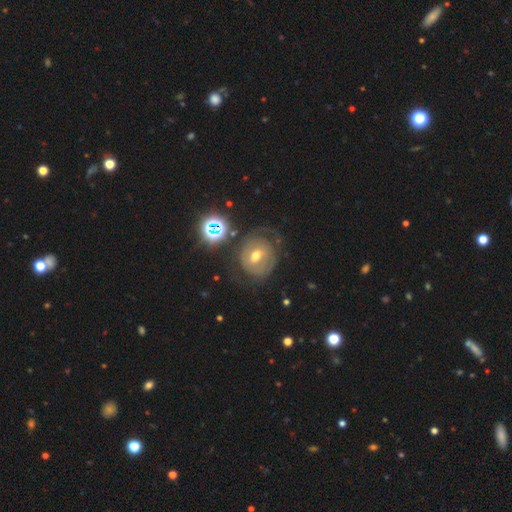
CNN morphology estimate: Overall: featured or disk (65%). Edge-on disk: no (96%). Bar: weak (47%; no 34%). Spiral arms: yes (72%). Bulge size: moderate (68%). Merging: none (56%; minor disturbance 20%).